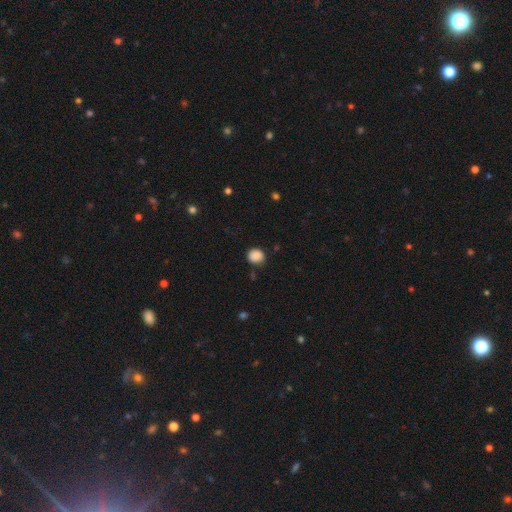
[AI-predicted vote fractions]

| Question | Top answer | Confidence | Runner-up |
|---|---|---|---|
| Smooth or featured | smooth | 87% | star or artifact (9%) |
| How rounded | round | 79% | in between (20%) |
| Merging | none | 80% | minor disturbance (14%) |